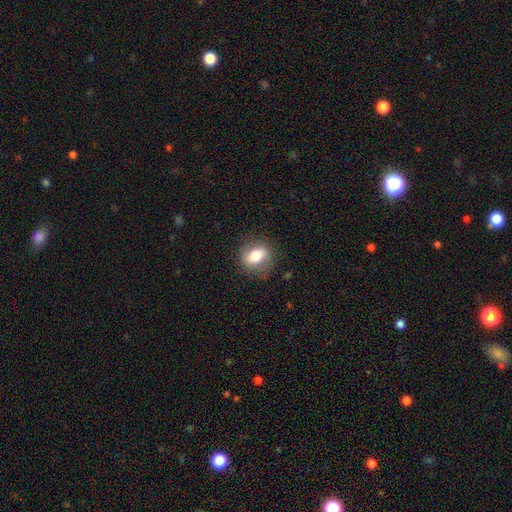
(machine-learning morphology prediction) Smooth or featured? Predicted: smooth (p=0.67). How rounded? Predicted: in between (p=0.52). Merging? Predicted: none (p=0.80).